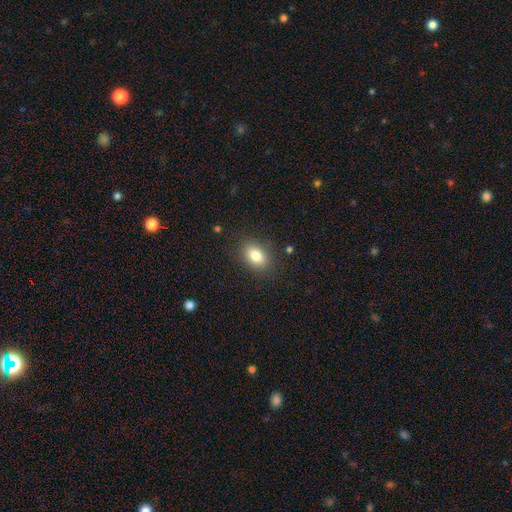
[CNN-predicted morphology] Smooth or featured?
  - smooth: 82% *
  - star or artifact: 9%
  - featured or disk: 9%
How rounded?
  - in between: 80% *
  - round: 19%
  - cigar-shaped: 2%
Merging?
  - none: 86% *
  - minor disturbance: 10%
  - major disturbance: 3%
  - merger: 1%